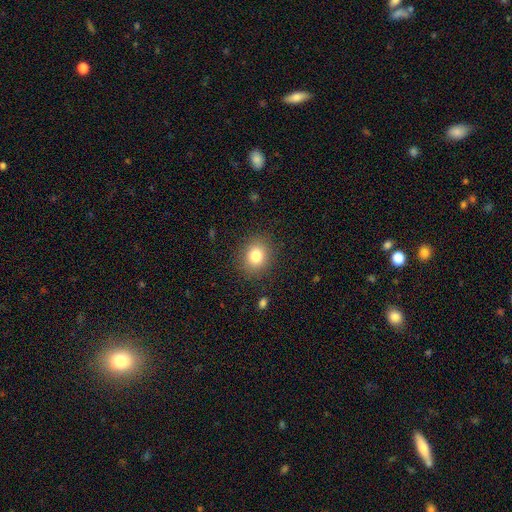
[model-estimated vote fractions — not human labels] The model was most divided on "how rounded": round: 69%, in between: 30%, cigar-shaped: 1%. More confident: merging — none (88%); smooth or featured — smooth (81%).